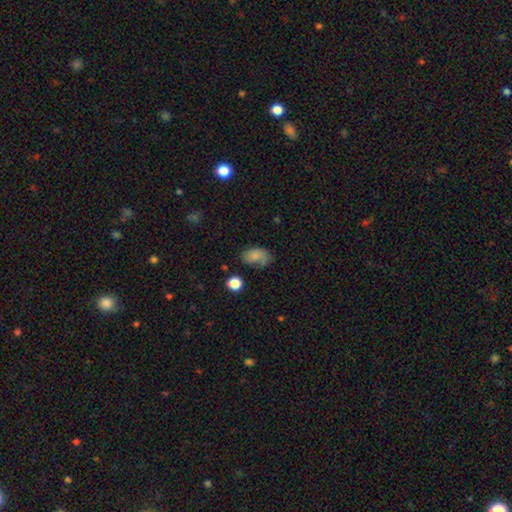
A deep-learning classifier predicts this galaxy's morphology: Smooth or featured? Predicted: smooth (p=0.76). How rounded? Predicted: in between (p=0.86). Merging? Predicted: none (p=0.50).